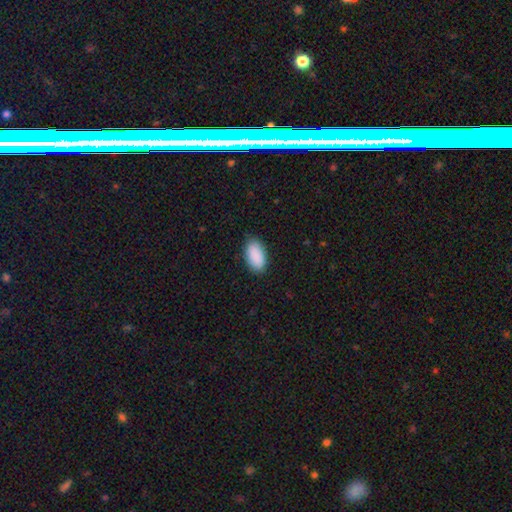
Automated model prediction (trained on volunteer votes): Smooth or featured: smooth — 91% (star or artifact — 6%)
How rounded: in between — 95% (round — 3%)
Merging: none — 85% (minor disturbance — 12%)